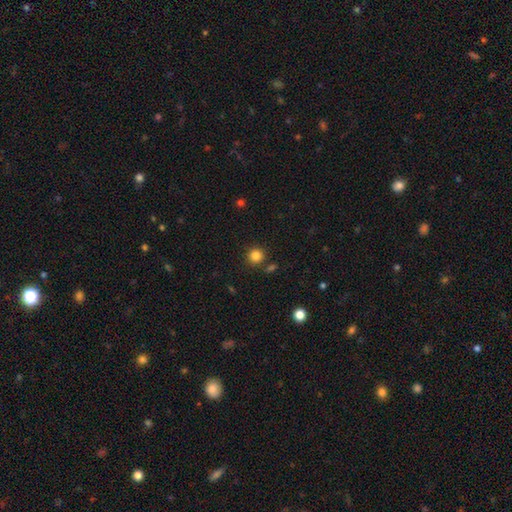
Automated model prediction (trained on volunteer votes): Morphology: type=smooth (84%); roundness=round (93%); merging=none (85%).